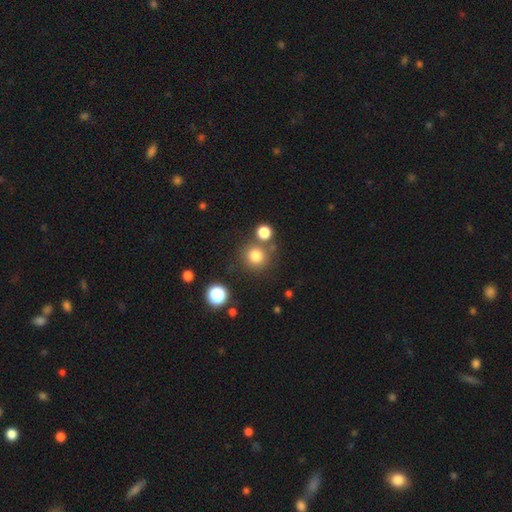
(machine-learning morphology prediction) Overall: smooth (79%). How rounded: round (93%). Merging: none (76%).